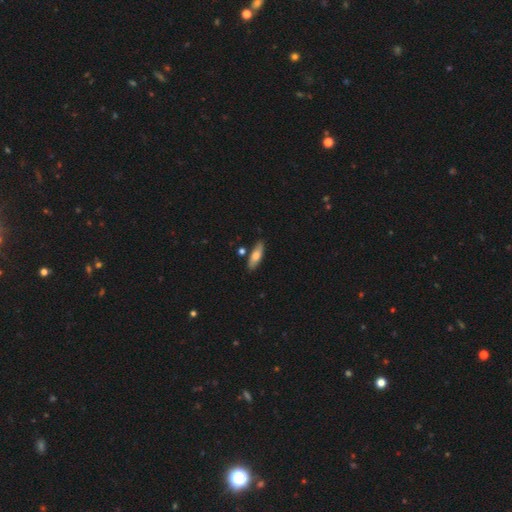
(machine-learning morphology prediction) Overall: smooth (66%; featured or disk 28%). How rounded: in between (49%; cigar-shaped 48%). Merging: none (82%).